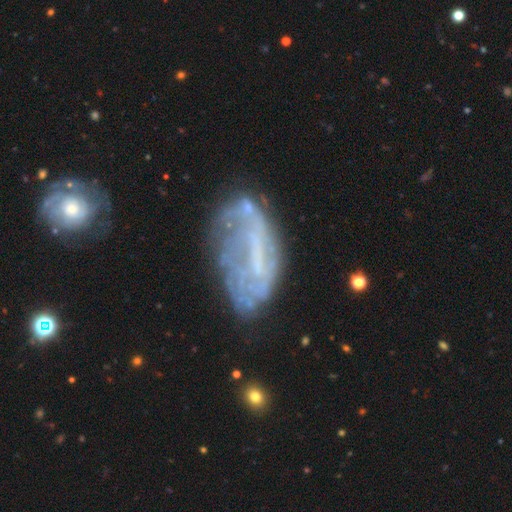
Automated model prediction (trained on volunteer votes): smooth-or-featured: featured or disk: 68% | smooth: 23% | star or artifact: 10%
  disk-edge-on: no: 94% | yes: 6%
    bar: weak: 36% (tied) | no: 36% (tied) | strong: 28%
    has-spiral-arms: no: 54% | yes: 46%
    bulge-size: none: 58% | small: 25% | moderate: 13% | large: 2% | dominant: 1%
  merging: none: 46% | minor disturbance: 25% | major disturbance: 22% | merger: 6%